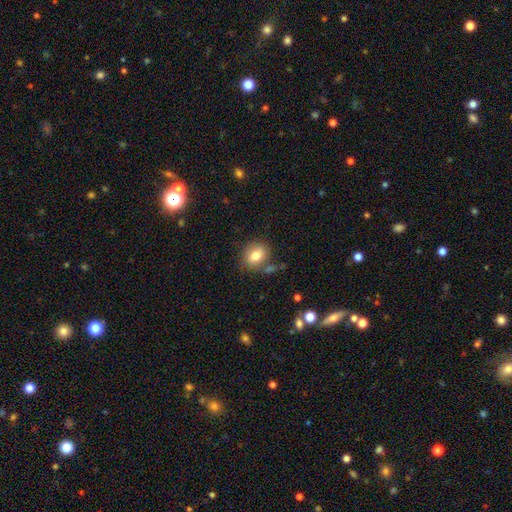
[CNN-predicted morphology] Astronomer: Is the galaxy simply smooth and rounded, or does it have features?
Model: smooth — 78%.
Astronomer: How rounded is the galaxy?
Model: round — 50% (runner-up: in between, 49%).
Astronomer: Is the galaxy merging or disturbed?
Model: none — 68%.